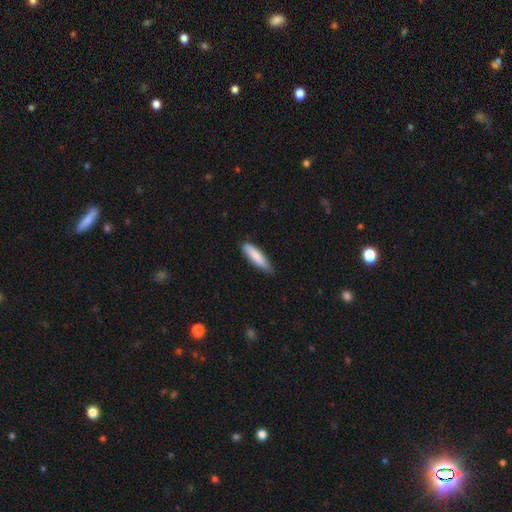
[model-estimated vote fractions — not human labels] Morphology: type=smooth (83%); roundness=cigar-shaped (71%); merging=none (69%).